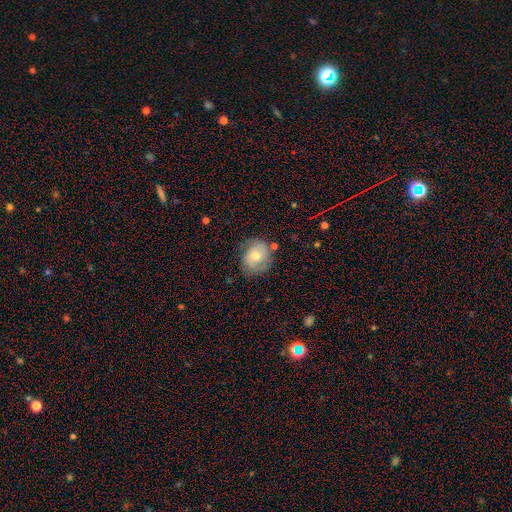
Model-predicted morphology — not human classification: smooth_or_featured: smooth (p=0.47) [alt: featured or disk p=0.44]
merging: none (p=0.69) [alt: minor disturbance p=0.21]